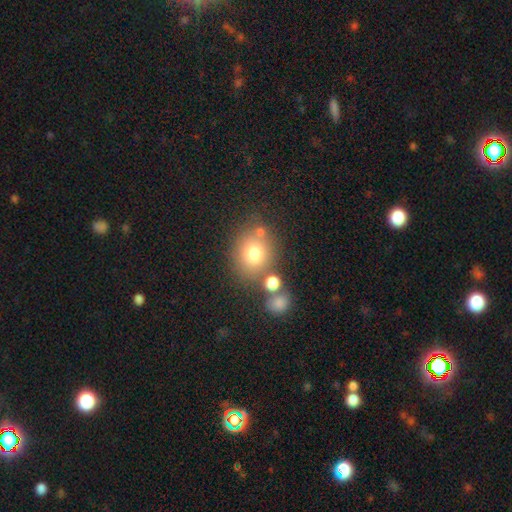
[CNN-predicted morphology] Smooth or featured?
  - smooth: 63% *
  - star or artifact: 27%
  - featured or disk: 11%
How rounded?
  - round: 72% *
  - in between: 26%
  - cigar-shaped: 1%
Merging?
  - none: 70% *
  - merger: 17%
  - minor disturbance: 10%
  - major disturbance: 4%